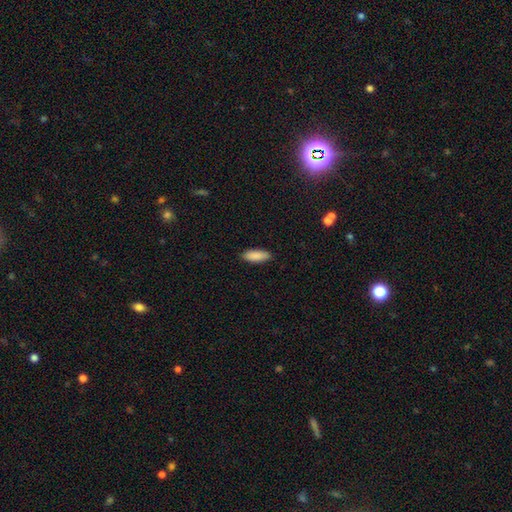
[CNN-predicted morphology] Smooth or featured: smooth — 89% (star or artifact — 6%)
How rounded: in between — 71% (cigar-shaped — 28%)
Merging: none — 88% (minor disturbance — 9%)